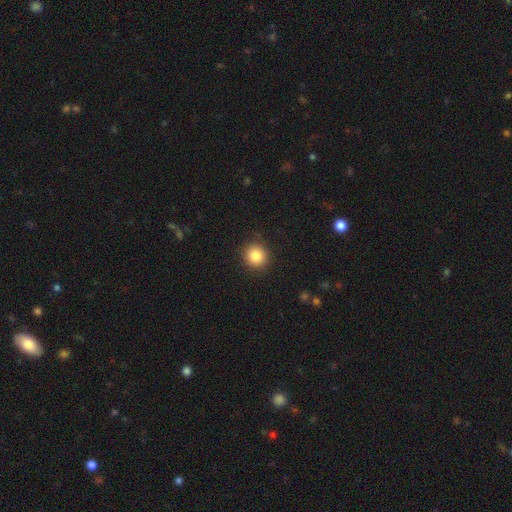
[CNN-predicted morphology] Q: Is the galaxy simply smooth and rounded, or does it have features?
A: smooth — 85%.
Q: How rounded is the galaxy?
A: round — 92%.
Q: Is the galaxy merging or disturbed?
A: none — 90%.